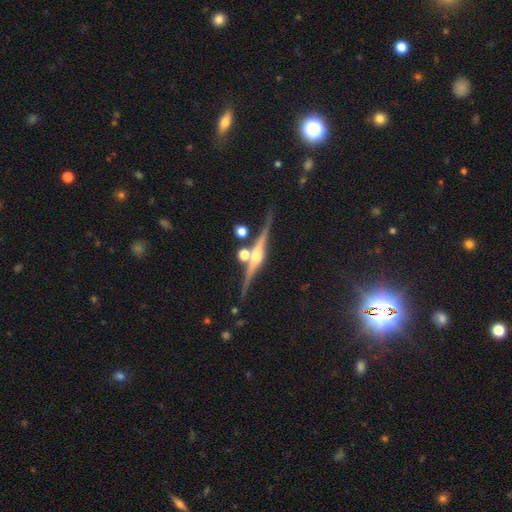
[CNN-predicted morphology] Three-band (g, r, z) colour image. It shows a featured or disk galaxy (84%) viewed edge-on (98%) with a rounded central bulge (88%). Merging: none (80%).